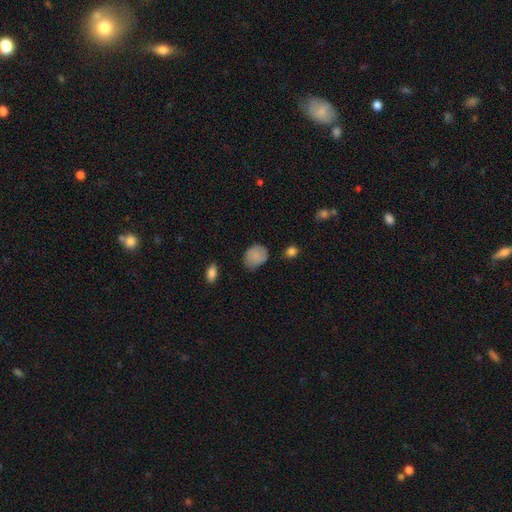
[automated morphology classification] A smooth galaxy with no disk features (81%) that is round (56%).

Vote fractions:
- Smooth or featured? smooth: 81% / featured or disk: 11% / star or artifact: 8%
- How rounded? round: 56% / in between: 43% / cigar-shaped: 1%
- Merging? none: 68% / minor disturbance: 25% / major disturbance: 5% / merger: 2%